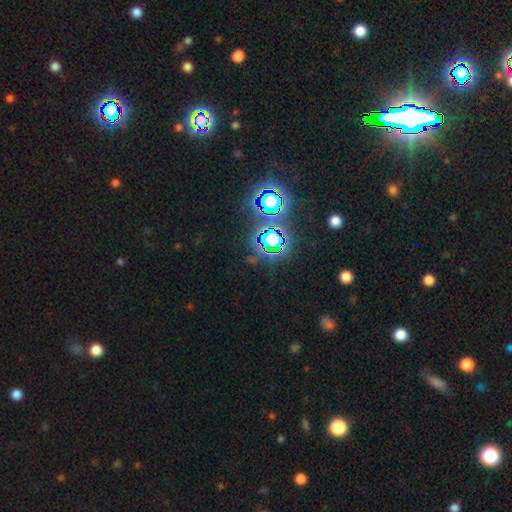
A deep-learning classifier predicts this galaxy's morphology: Q: Smooth or featured?
A: star or artifact (80%); runner-up: smooth (13%)